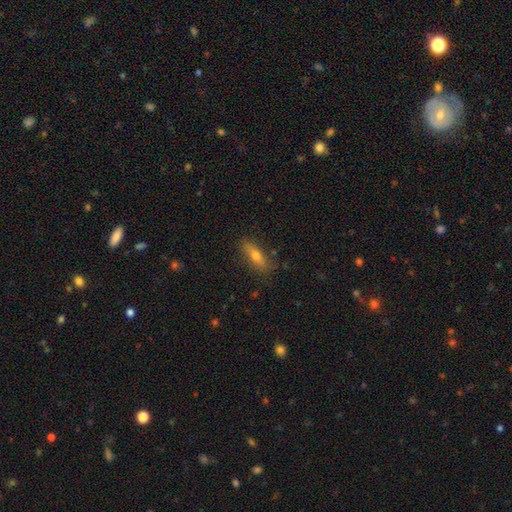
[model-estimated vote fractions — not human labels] The model was most divided on "how rounded": cigar-shaped: 54%, in between: 43%, round: 3%. More confident: merging — none (82%); smooth or featured — smooth (60%).